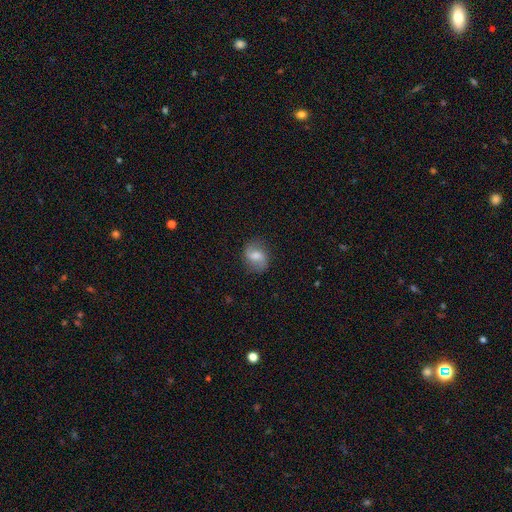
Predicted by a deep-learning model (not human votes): The model was most divided on "smooth or featured": featured or disk: 50%, smooth: 41%, star or artifact: 9%. More confident: merging — none (78%).